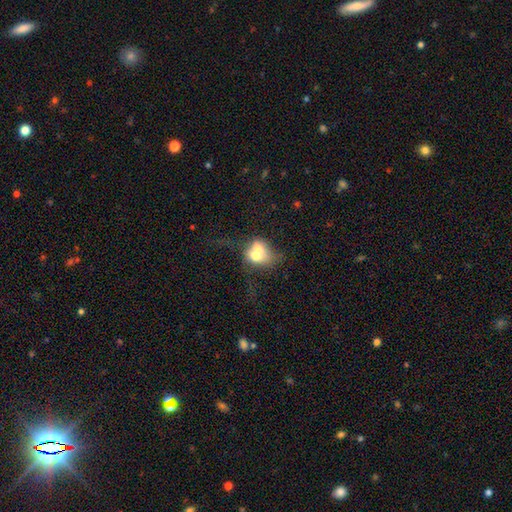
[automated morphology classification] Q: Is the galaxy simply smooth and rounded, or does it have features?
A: smooth — 59%.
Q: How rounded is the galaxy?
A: round — 53%.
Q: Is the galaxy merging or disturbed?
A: merger — 69%.